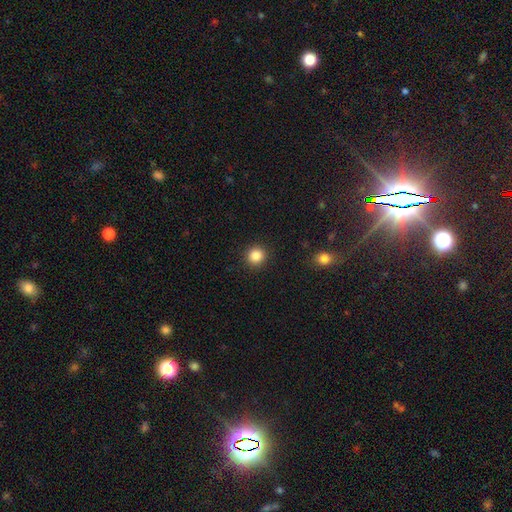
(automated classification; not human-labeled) Q: Smooth or featured?
A: smooth (85%); runner-up: star or artifact (11%)
Q: How rounded?
A: round (93%); runner-up: in between (6%)
Q: Merging?
A: none (92%); runner-up: minor disturbance (5%)